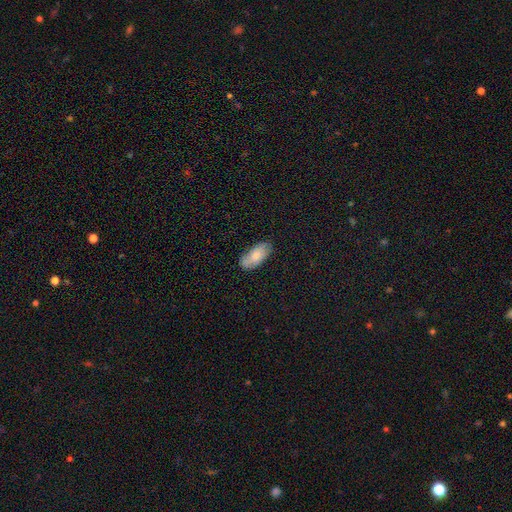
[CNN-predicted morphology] Smooth or featured: smooth — 76% (featured or disk — 18%)
How rounded: in between — 90% (cigar-shaped — 8%)
Merging: none — 76% (minor disturbance — 19%)